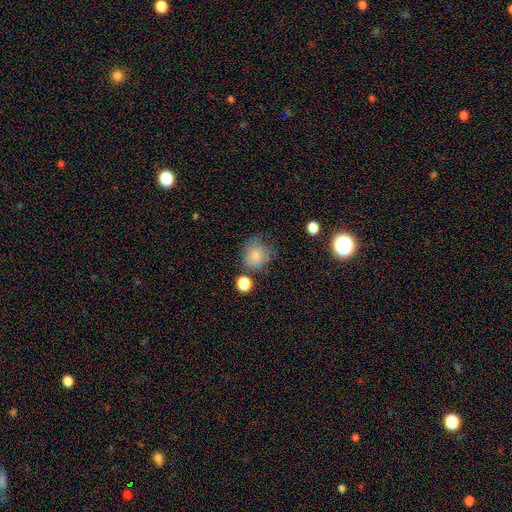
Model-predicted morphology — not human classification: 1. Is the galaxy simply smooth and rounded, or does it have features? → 78% smooth, 12% featured or disk, 10% star or artifact.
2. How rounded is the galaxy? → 73% round, 26% in between, 1% cigar-shaped.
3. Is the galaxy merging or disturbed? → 51% none, 29% minor disturbance, 12% major disturbance, 8% merger.